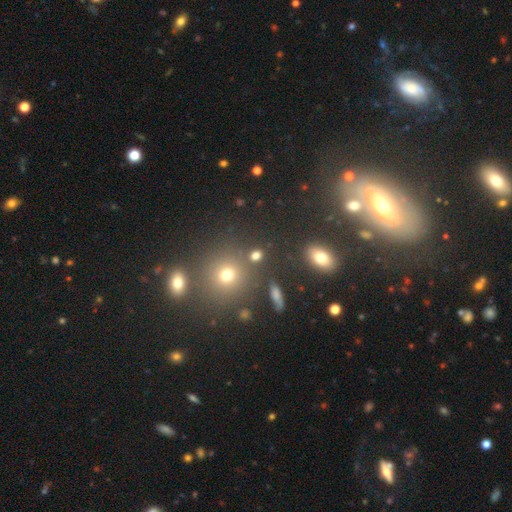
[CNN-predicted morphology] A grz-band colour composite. It shows a smooth galaxy with no disk features (69%) that is round (69%). Merging: none (77%).